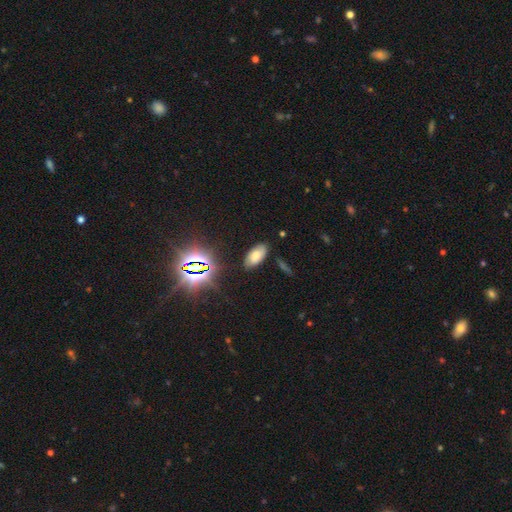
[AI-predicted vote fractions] Morphology: type=smooth (62%); roundness=in between (93%); merging=none (84%).